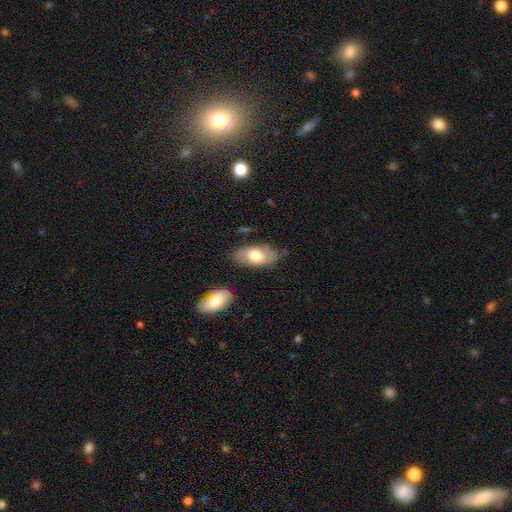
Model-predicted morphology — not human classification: Q: Smooth or featured?
A: smooth (70%); runner-up: featured or disk (25%)
Q: How rounded?
A: in between (94%); runner-up: round (3%)
Q: Merging?
A: none (78%); runner-up: minor disturbance (15%)